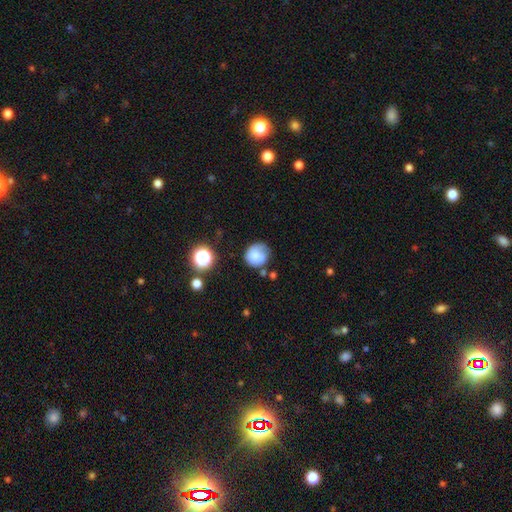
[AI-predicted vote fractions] Smooth or featured: smooth — 71% (featured or disk — 18%)
How rounded: round — 81% (in between — 18%)
Merging: none — 60% (minor disturbance — 26%)